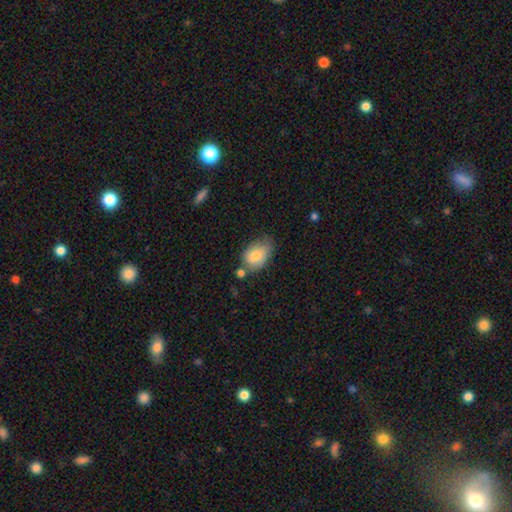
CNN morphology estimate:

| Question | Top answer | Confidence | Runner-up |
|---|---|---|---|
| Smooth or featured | smooth | 79% | featured or disk (13%) |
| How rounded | in between | 85% | round (14%) |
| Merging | none | 47% | minor disturbance (32%) |